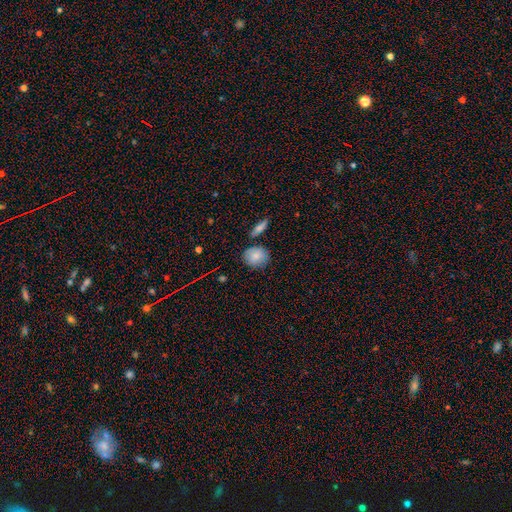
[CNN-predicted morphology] A smooth galaxy with no disk features (81%) that is round (69%). Merging: none (75%).